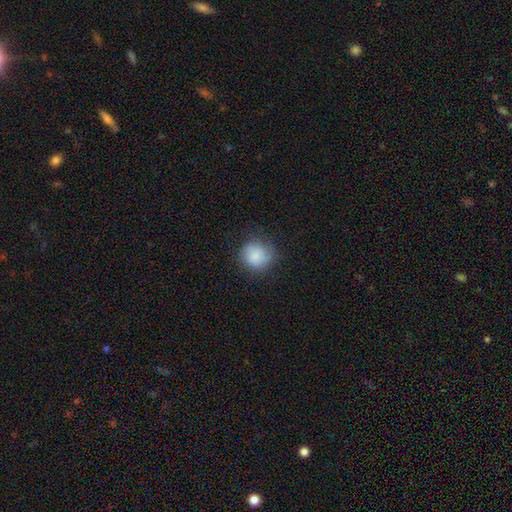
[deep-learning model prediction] Q: Smooth or featured?
A: smooth (84%); runner-up: star or artifact (8%)
Q: How rounded?
A: round (86%); runner-up: in between (14%)
Q: Merging?
A: none (72%); runner-up: minor disturbance (20%)